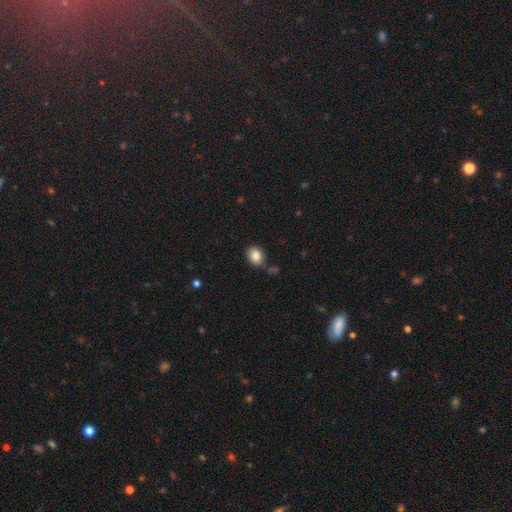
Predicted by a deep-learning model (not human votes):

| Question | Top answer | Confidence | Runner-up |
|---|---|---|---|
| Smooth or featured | smooth | 84% | star or artifact (9%) |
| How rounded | in between | 56% | round (43%) |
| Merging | none | 79% | minor disturbance (12%) |